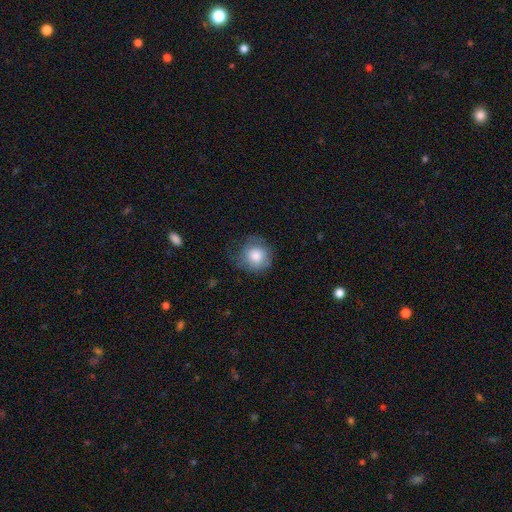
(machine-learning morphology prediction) smooth_or_featured: smooth (p=0.80) [alt: featured or disk p=0.13]
how_rounded: round (p=0.89) [alt: in between p=0.10]
merging: none (p=0.61) [alt: minor disturbance p=0.26]